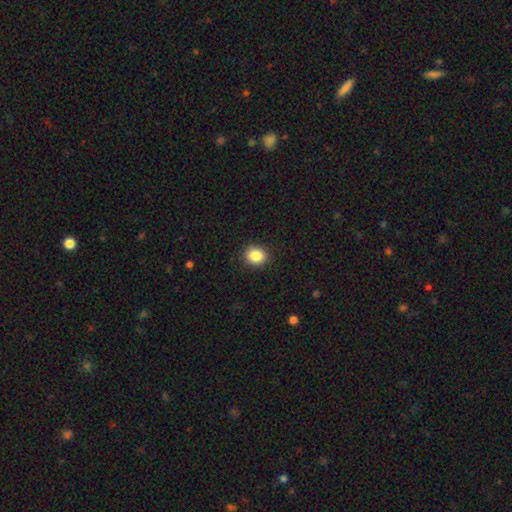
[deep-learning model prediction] A smooth galaxy with no disk features (86%) that is round (69%).

Vote fractions:
- Smooth or featured? smooth: 86% / star or artifact: 9% / featured or disk: 4%
- How rounded? round: 69% / in between: 30% / cigar-shaped: 1%
- Merging? none: 90% / minor disturbance: 7% / major disturbance: 2% / merger: 1%